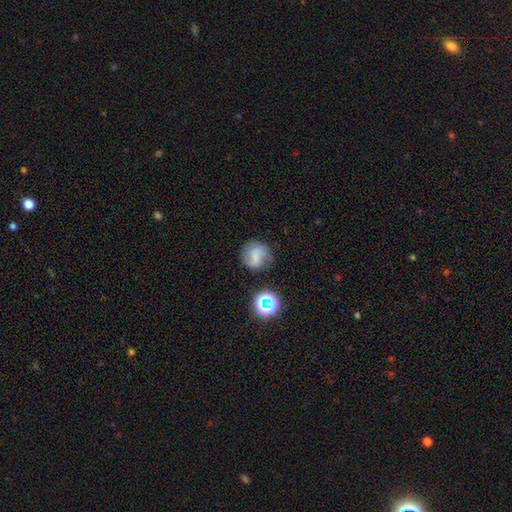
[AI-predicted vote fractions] Smooth or featured: smooth — 58% (featured or disk — 28%)
How rounded: round — 82% (in between — 17%)
Merging: none — 67% (minor disturbance — 20%)